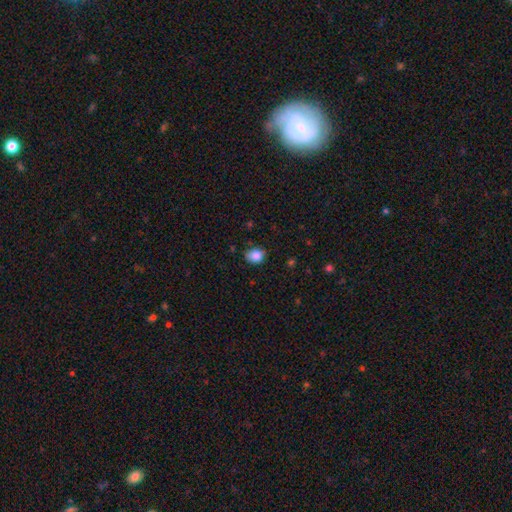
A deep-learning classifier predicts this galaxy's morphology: Smooth or featured?
  - smooth: 87% *
  - star or artifact: 9%
  - featured or disk: 4%
How rounded?
  - in between: 54% *
  - round: 45%
  - cigar-shaped: 1%
Merging?
  - none: 72% *
  - minor disturbance: 23%
  - major disturbance: 4%
  - merger: 2%